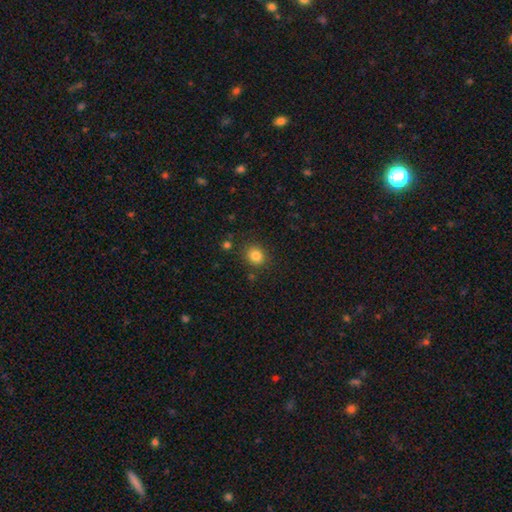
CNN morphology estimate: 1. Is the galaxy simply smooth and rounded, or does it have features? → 83% smooth, 11% star or artifact, 5% featured or disk.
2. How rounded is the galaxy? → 75% round, 25% in between, 1% cigar-shaped.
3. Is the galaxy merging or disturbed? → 85% none, 9% minor disturbance, 3% major disturbance, 3% merger.